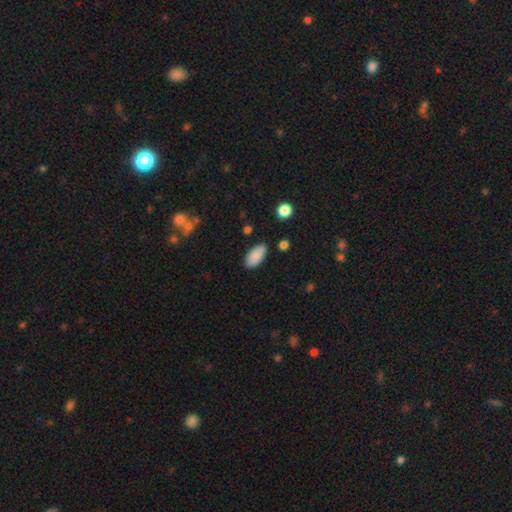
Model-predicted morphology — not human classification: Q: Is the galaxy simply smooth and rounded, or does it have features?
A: smooth — 88%.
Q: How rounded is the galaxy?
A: in between — 92%.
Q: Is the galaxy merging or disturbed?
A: none — 81%.